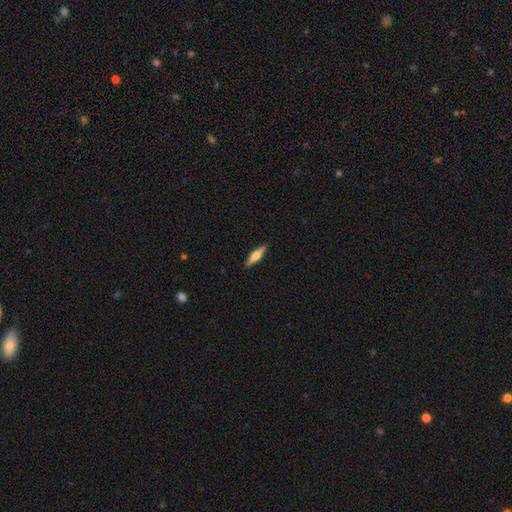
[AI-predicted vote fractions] Q: Smooth or featured?
A: featured or disk (52%); runner-up: smooth (42%)
Q: Edge-on disk?
A: yes (96%); runner-up: no (4%)
Q: Merging?
A: none (90%); runner-up: minor disturbance (8%)